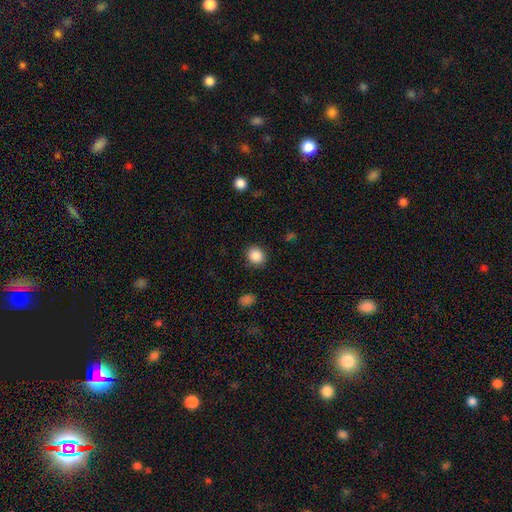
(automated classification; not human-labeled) Morphology: type=smooth (88%); roundness=round (70%); merging=none (88%).